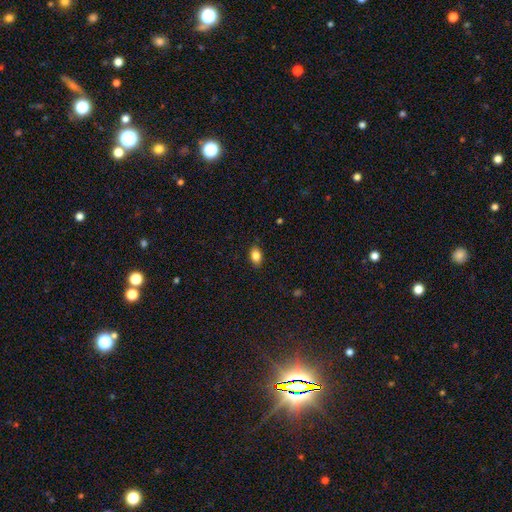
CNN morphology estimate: This is clearly a smooth galaxy (84%). How rounded: clearly in between (87%). Merging: clearly none (86%).